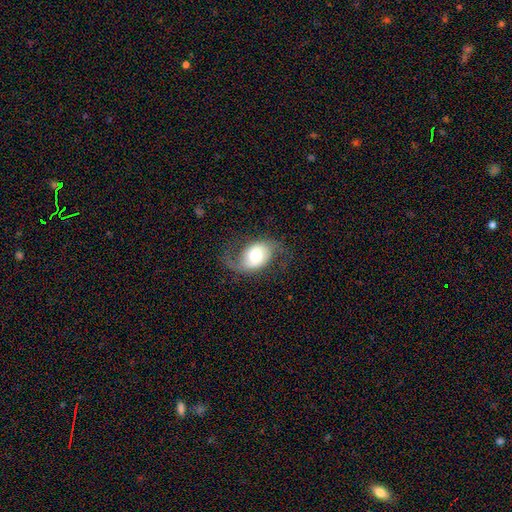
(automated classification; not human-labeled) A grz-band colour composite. It shows a featured or disk galaxy (71%) with no bar (59%), 2 (86%) loose (65%) spiral arms (90%) and a moderate central bulge (61%). Merging: none (63%).